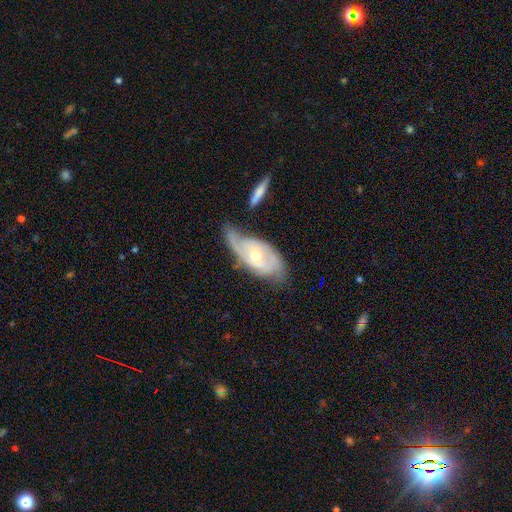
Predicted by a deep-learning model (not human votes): Q: Smooth or featured?
A: featured or disk (77%); runner-up: smooth (17%)
Q: Edge-on disk?
A: no (91%); runner-up: yes (9%)
Q: Bar?
A: no (62%); runner-up: weak (31%)
Q: Spiral arms?
A: yes (88%); runner-up: no (12%)
Q: Spiral winding?
A: tight (46%); runner-up: medium (37%)
Q: Spiral arm count?
A: 2 (52%); runner-up: can't tell (25%)
Q: Bulge size?
A: moderate (50%); runner-up: small (47%)
Q: Merging?
A: none (49%); runner-up: minor disturbance (27%)